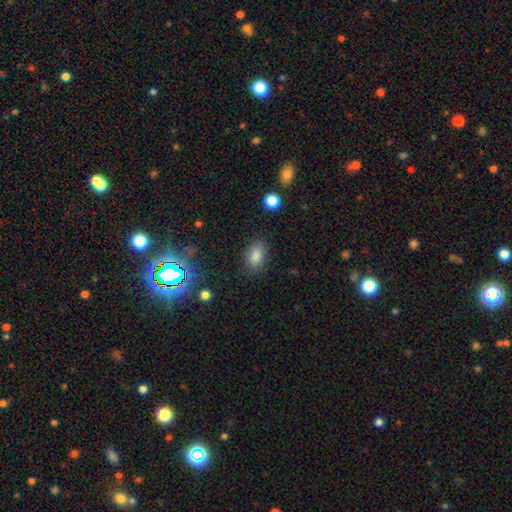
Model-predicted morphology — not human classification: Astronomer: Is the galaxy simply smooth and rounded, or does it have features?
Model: smooth — 81%.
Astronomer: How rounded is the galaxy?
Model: in between — 87%.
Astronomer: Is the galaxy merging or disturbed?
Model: none — 84%.